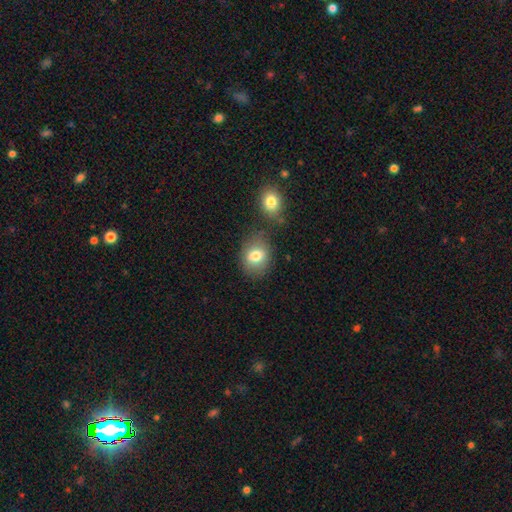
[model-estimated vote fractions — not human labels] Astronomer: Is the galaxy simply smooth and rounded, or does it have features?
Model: smooth — 79%.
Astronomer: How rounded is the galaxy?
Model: round — 51% (runner-up: in between, 48%).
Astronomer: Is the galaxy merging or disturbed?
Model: none — 68%.